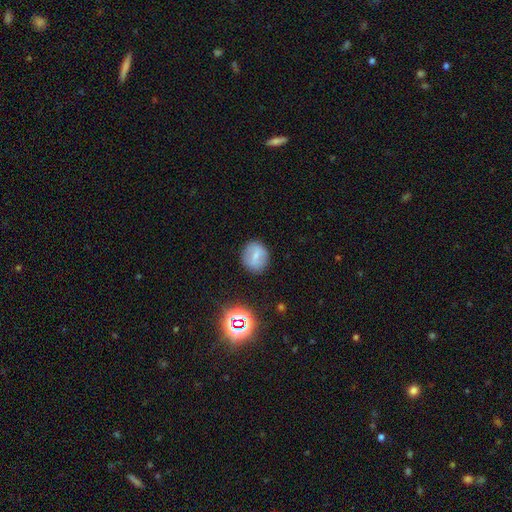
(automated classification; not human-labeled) Smooth or featured?
  - smooth: 58% *
  - featured or disk: 30%
  - star or artifact: 12%
How rounded?
  - round: 75% *
  - in between: 24%
  - cigar-shaped: 2%
Merging?
  - none: 84% *
  - minor disturbance: 11%
  - major disturbance: 4%
  - merger: 2%